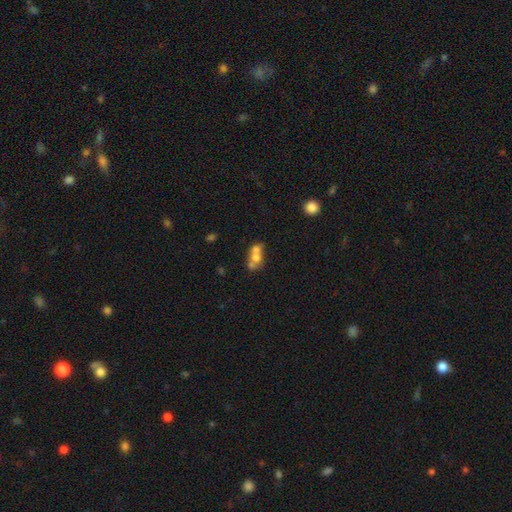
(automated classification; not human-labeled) Q: Smooth or featured?
A: smooth (60%); runner-up: featured or disk (28%)
Q: How rounded?
A: round (58%); runner-up: in between (40%)
Q: Merging?
A: merger (66%); runner-up: none (23%)